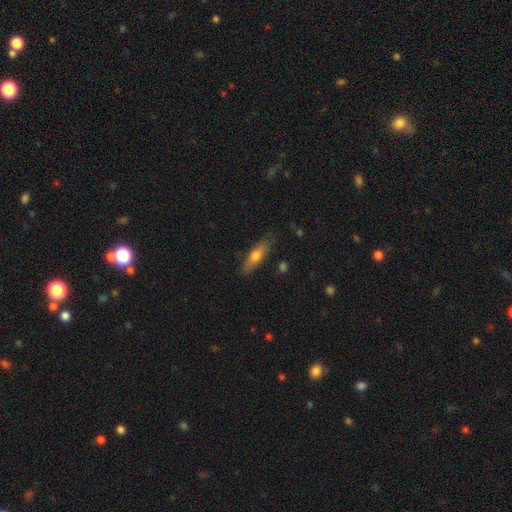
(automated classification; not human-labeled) Overall: smooth (62%; featured or disk 32%). How rounded: cigar-shaped (62%; in between 36%). Merging: none (80%).